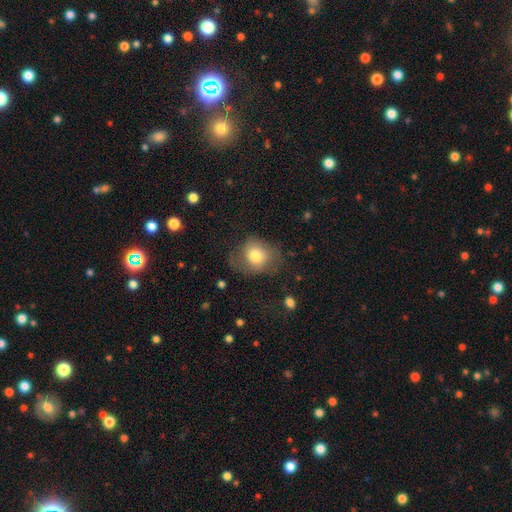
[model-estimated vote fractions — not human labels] A smooth galaxy with no disk features (71%) that is round (62%).

Vote fractions:
- Smooth or featured? smooth: 71% / featured or disk: 20% / star or artifact: 9%
- How rounded? round: 62% / in between: 37% / cigar-shaped: 1%
- Merging? none: 50% / minor disturbance: 27% / major disturbance: 21% / merger: 2%